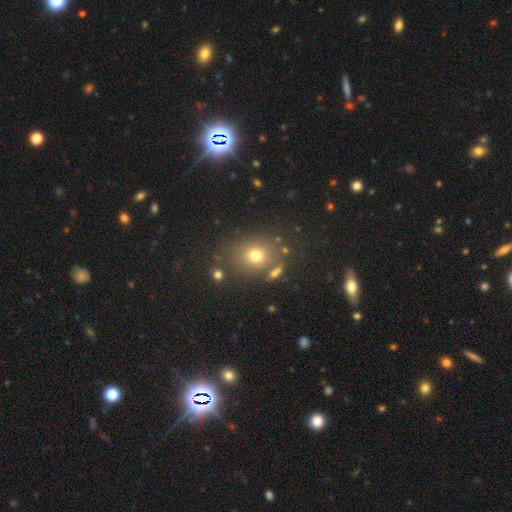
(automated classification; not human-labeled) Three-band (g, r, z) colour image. It shows a smooth galaxy with no disk features (72%) that is round (66%). Merging: none (76%).